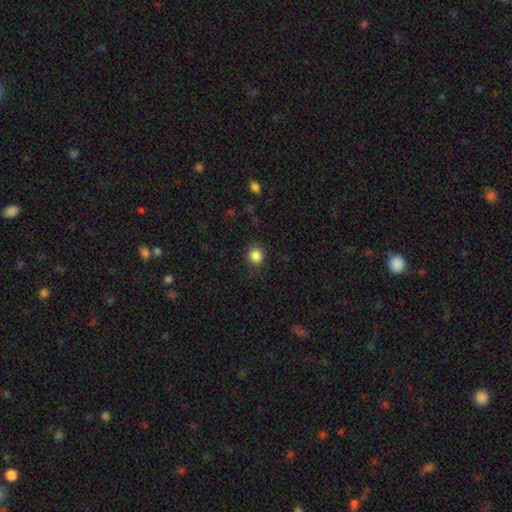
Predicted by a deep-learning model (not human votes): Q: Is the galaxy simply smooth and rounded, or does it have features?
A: smooth — 86%.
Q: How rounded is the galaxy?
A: round — 87%.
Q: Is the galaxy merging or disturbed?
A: none — 85%.